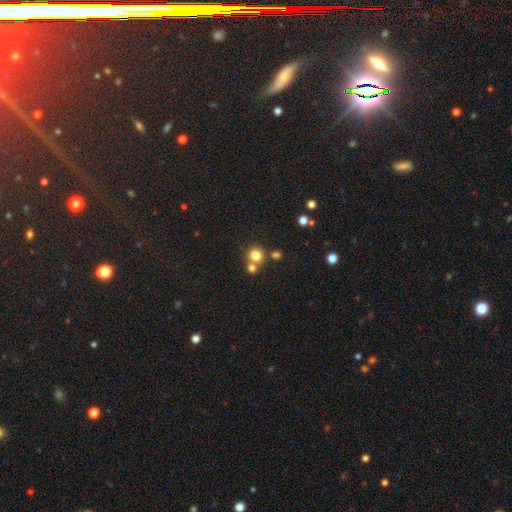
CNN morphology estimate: Smooth or featured: smooth — 79% (star or artifact — 13%)
How rounded: round — 90% (in between — 9%)
Merging: none — 60% (merger — 31%)